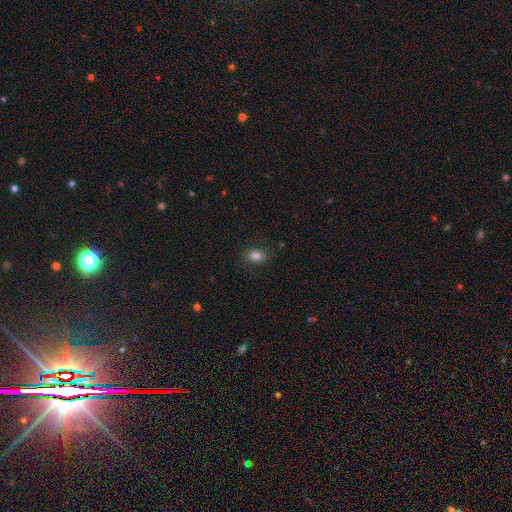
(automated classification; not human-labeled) smooth_or_featured: smooth (p=0.84) [alt: star or artifact p=0.11]
how_rounded: in between (p=0.73) [alt: round p=0.26]
merging: none (p=0.84) [alt: minor disturbance p=0.11]